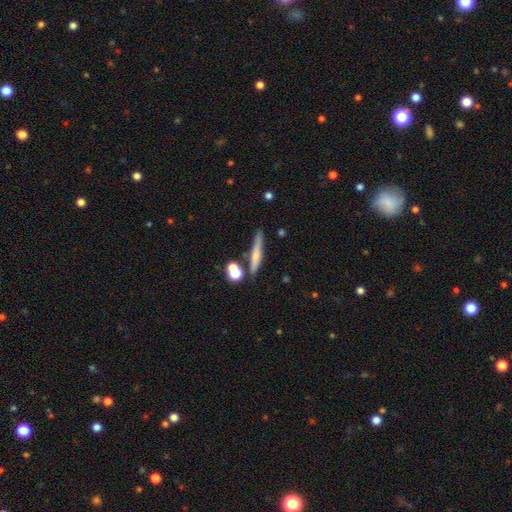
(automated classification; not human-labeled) Smooth or featured? smooth (59%)
How rounded? cigar-shaped (87%)
Merging? none (71%)